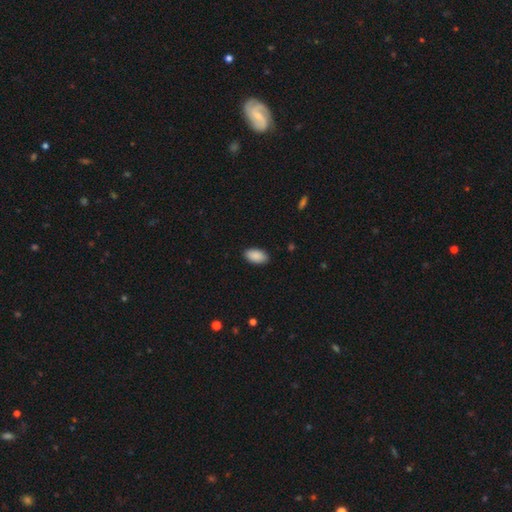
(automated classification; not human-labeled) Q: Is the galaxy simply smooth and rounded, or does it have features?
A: smooth — 90%.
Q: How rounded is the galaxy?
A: in between — 95%.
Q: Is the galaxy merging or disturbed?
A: none — 89%.